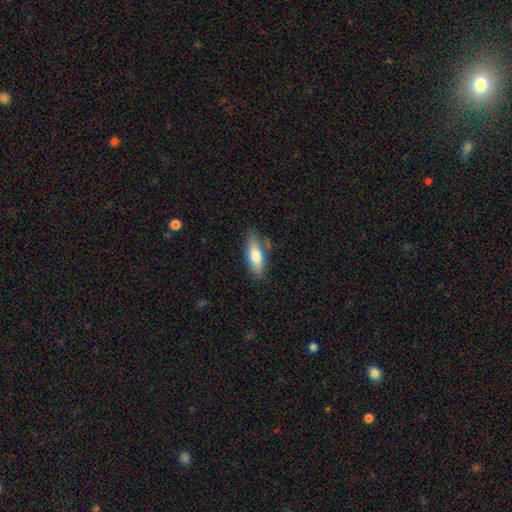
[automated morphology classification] type=smooth (73%); roundness=in between (66%); merging=none (74%).